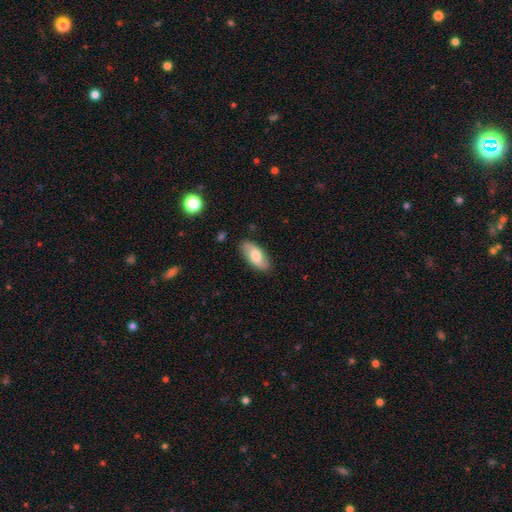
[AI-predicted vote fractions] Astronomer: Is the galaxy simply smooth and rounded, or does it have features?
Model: smooth — 62%.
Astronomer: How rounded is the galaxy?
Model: in between — 89%.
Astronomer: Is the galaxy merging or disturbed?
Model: none — 84%.